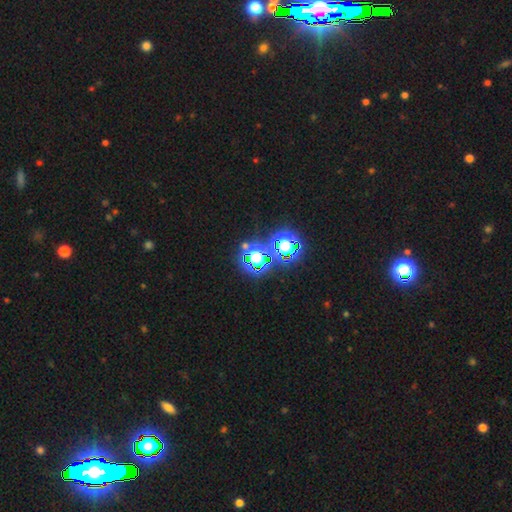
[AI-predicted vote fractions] star or artifact 68%, smooth 21%, featured or disk 10%.